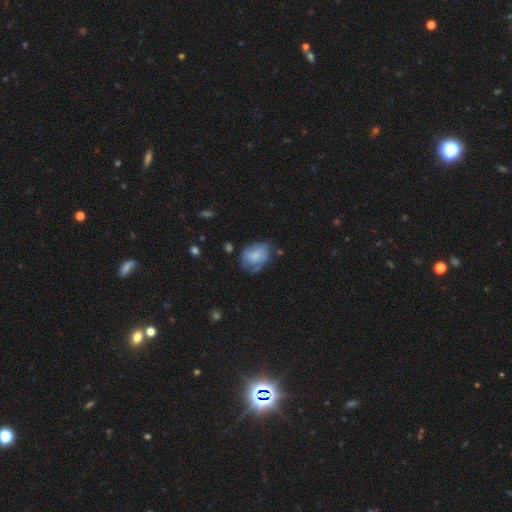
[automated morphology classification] A smooth galaxy with no disk features (48%). Merging: none (50%).